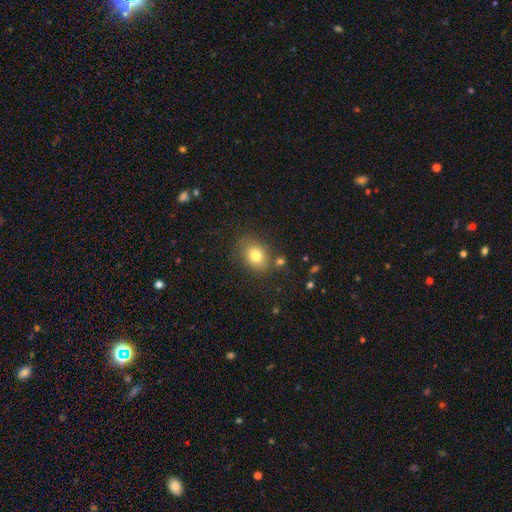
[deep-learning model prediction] Smooth or featured? smooth (78%)
How rounded? in between (58%)
Merging? none (77%)